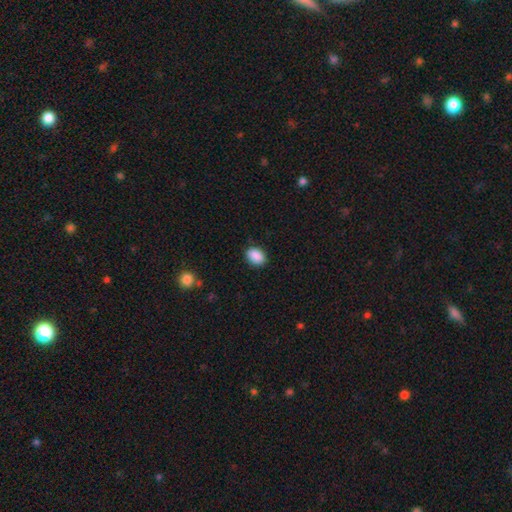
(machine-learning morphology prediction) Overall: smooth (89%). How rounded: in between (75%). Merging: none (86%).